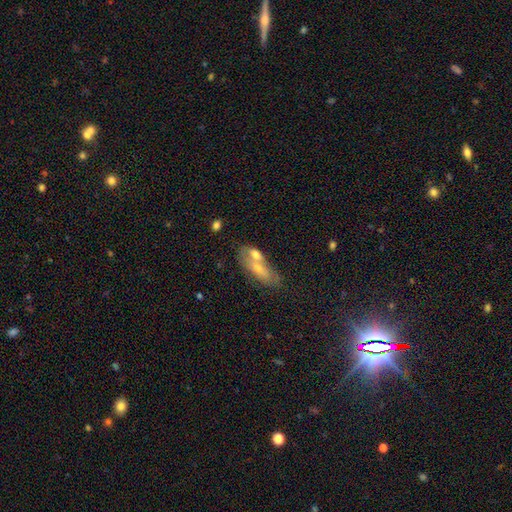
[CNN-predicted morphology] Smooth or featured: smooth — 56% (featured or disk — 36%)
How rounded: in between — 71% (cigar-shaped — 23%)
Merging: merger — 48% (none — 32%)